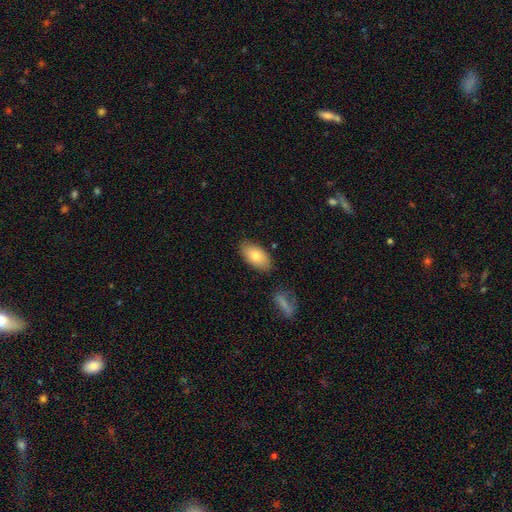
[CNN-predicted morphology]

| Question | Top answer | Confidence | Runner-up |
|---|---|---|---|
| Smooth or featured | smooth | 76% | featured or disk (17%) |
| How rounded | in between | 93% | round (4%) |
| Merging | none | 80% | minor disturbance (13%) |